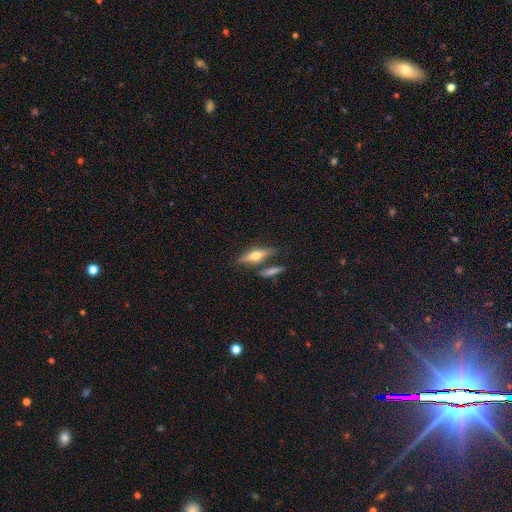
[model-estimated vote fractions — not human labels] Q: Smooth or featured?
A: featured or disk (57%); runner-up: smooth (36%)
Q: Edge-on disk?
A: yes (93%); runner-up: no (7%)
Q: Edge-on bulge?
A: rounded (92%); runner-up: boxy (5%)
Q: Merging?
A: none (69%); runner-up: merger (15%)